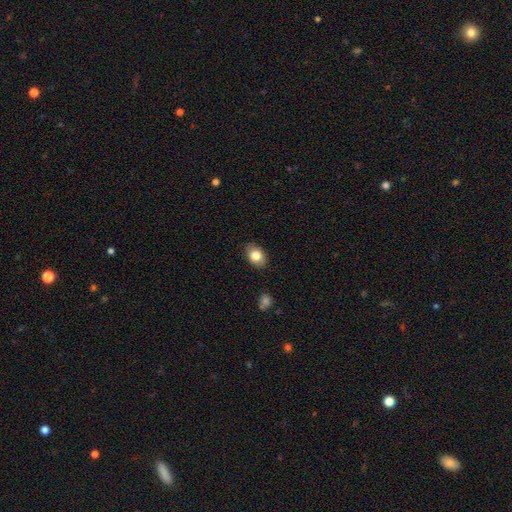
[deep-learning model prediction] A smooth galaxy with no disk features (81%) that is in between round and cigar-shaped (79%).

Vote fractions:
- Smooth or featured? smooth: 81% / featured or disk: 10% / star or artifact: 8%
- How rounded? in between: 79% / round: 20% / cigar-shaped: 1%
- Merging? none: 85% / minor disturbance: 12% / major disturbance: 2% / merger: 1%